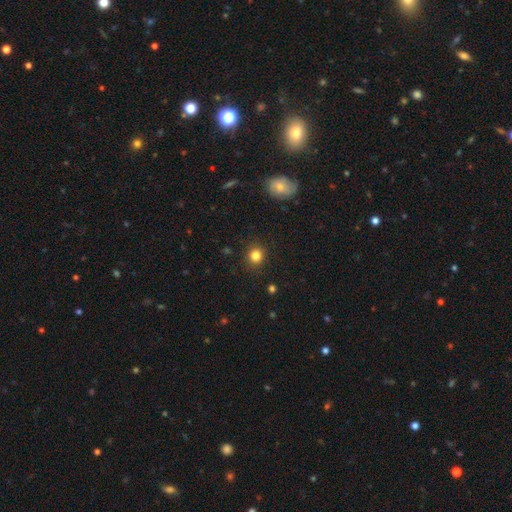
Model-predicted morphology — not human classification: This appears to be a smooth galaxy with no disk features (83%) that is round (89%). Merging: none (90%).